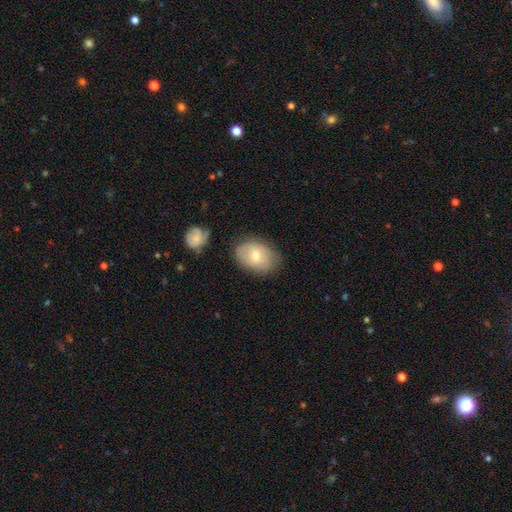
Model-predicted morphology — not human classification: A smooth galaxy with no disk features (69%) that is in between round and cigar-shaped (73%). Merging: none (73%).